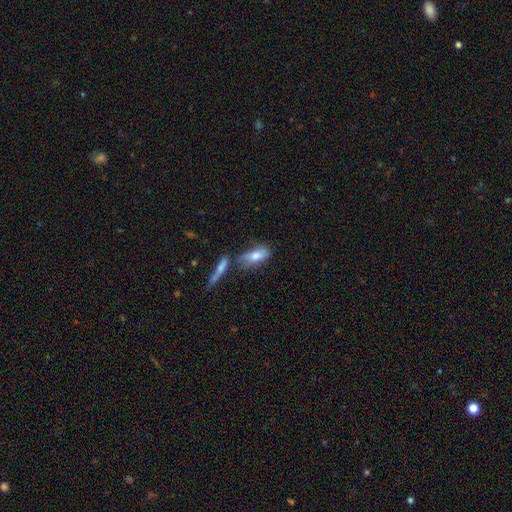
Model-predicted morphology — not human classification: smooth-or-featured: smooth: 70% | featured or disk: 22% | star or artifact: 8%
  how-rounded: in between: 75% | cigar-shaped: 22% | round: 3%
  merging: none: 49% | merger: 23% | minor disturbance: 20% | major disturbance: 8%